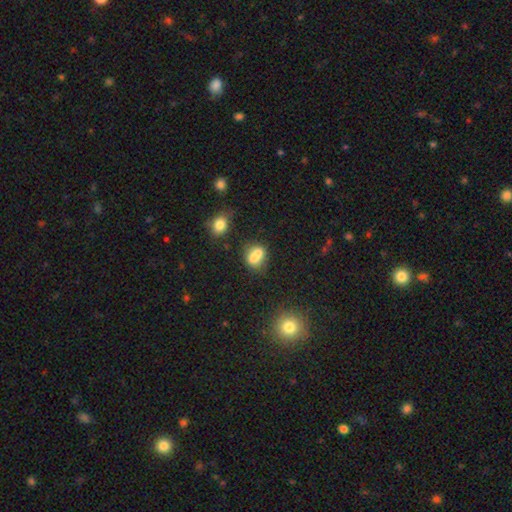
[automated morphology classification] smooth_or_featured: smooth (p=0.72) [alt: featured or disk p=0.17]
how_rounded: round (p=0.52) [alt: in between p=0.46]
merging: merger (p=0.51) [alt: none p=0.34]